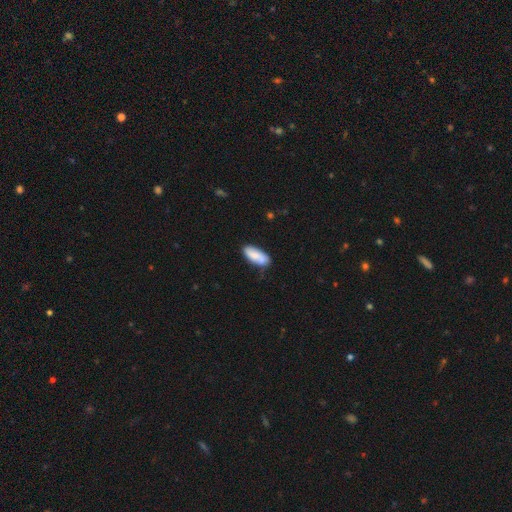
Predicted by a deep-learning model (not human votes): This appears to be a smooth galaxy with no disk features (76%) that is in between round and cigar-shaped (79%). Merging: none (64%).